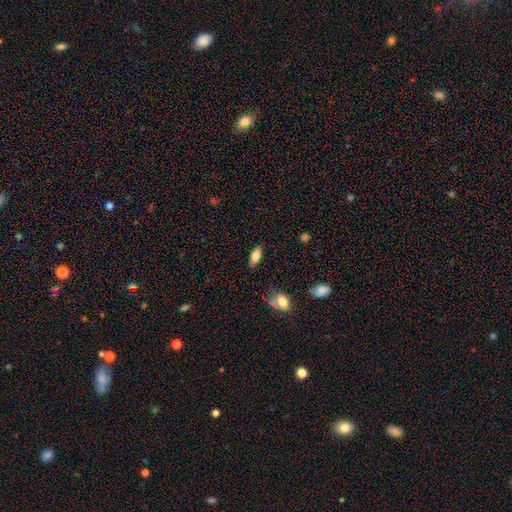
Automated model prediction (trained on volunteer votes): Smooth or featured? smooth (81%)
How rounded? in between (86%)
Merging? none (85%)